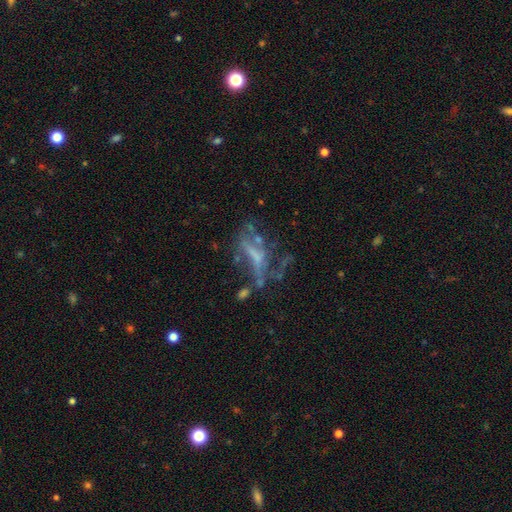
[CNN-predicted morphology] featured or disk 58%, star or artifact 21%, smooth 21%. Down the decision tree: edge-on disk — no (87%); bar — no (66%); spiral arms — no (80%); bulge size — none (64%); merging — major disturbance (37%).